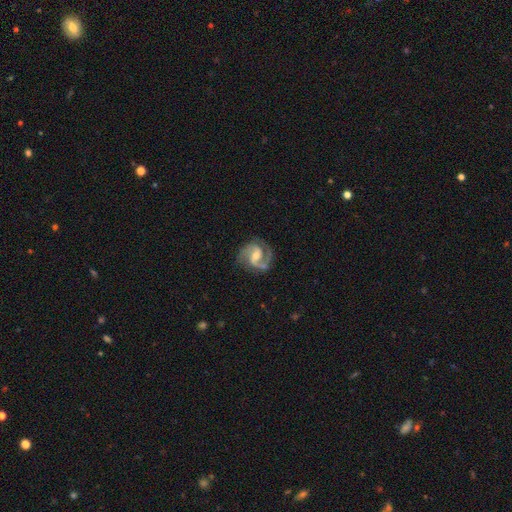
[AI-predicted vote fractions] Smooth or featured: featured or disk — 91% (smooth — 4%)
Edge-on disk: no — 98% (yes — 2%)
Bar: weak — 51% (no — 28%)
Spiral arms: yes — 98% (no — 2%)
Spiral winding: medium — 61% (tight — 25%)
Spiral arm count: 2 — 91% (3 — 2%)
Bulge size: moderate — 53% (small — 39%)
Merging: none — 78% (minor disturbance — 15%)